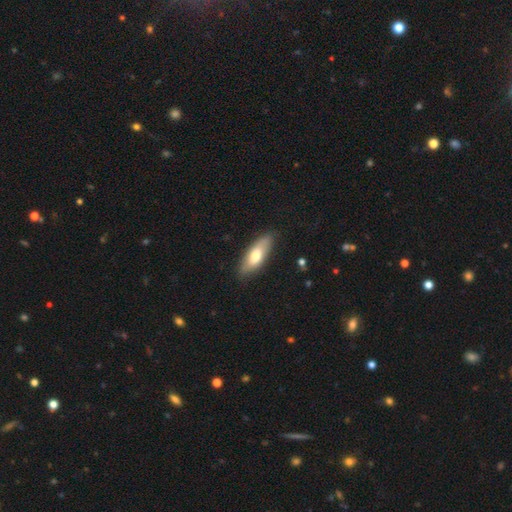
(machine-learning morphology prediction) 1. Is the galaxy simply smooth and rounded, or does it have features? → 68% smooth, 27% featured or disk, 5% star or artifact.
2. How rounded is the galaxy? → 67% in between, 31% cigar-shaped, 2% round.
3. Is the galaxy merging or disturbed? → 83% none, 13% minor disturbance, 2% major disturbance, 1% merger.